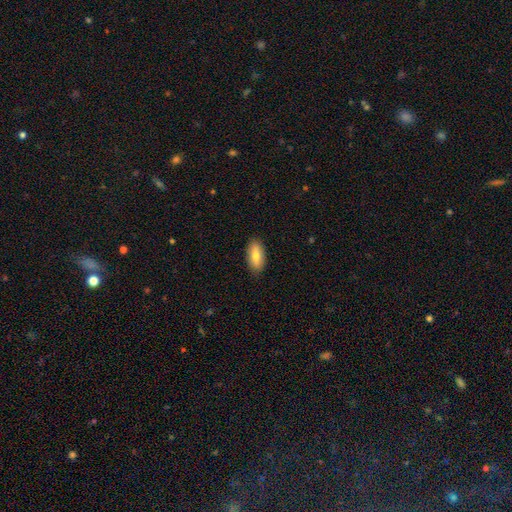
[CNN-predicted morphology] A smooth galaxy with no disk features (77%) that is in between round and cigar-shaped (87%). Merging: none (88%).